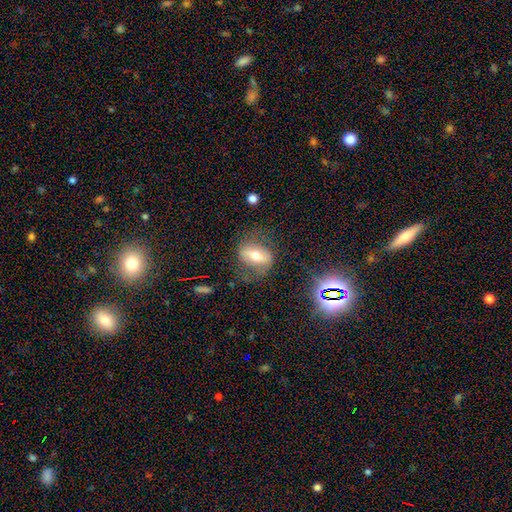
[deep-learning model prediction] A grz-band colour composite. It shows a featured or disk galaxy (51%). Merging: none (63%).